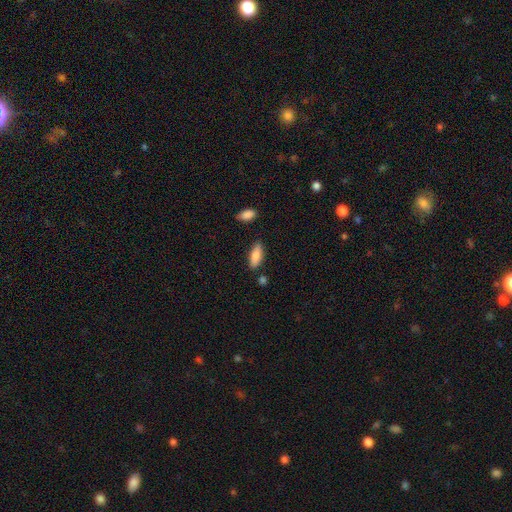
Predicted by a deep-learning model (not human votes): This appears to be a smooth galaxy with no disk features (83%) that is in between round and cigar-shaped (72%). Merging: none (80%).